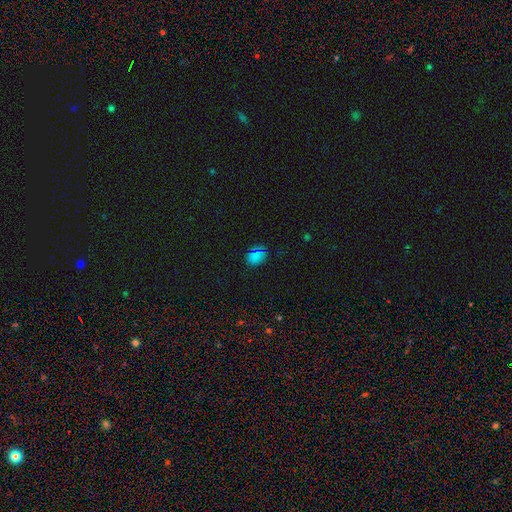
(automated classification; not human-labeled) Smooth or featured: smooth — 66% (star or artifact — 28%)
How rounded: in between — 61% (round — 37%)
Merging: none — 79% (minor disturbance — 15%)